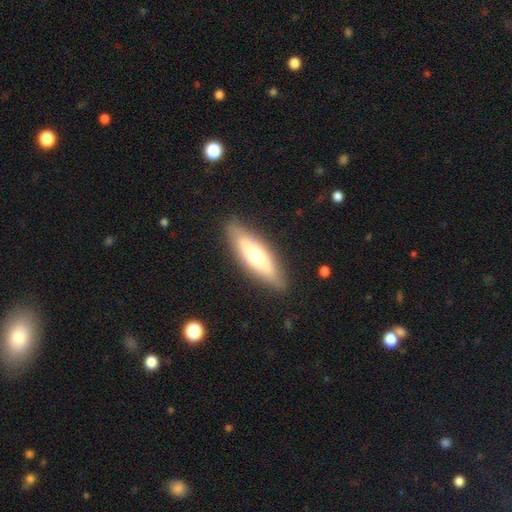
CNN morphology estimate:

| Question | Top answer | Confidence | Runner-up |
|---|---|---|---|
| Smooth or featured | smooth | 55% | featured or disk (39%) |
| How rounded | cigar-shaped | 54% | in between (45%) |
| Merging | none | 85% | minor disturbance (11%) |